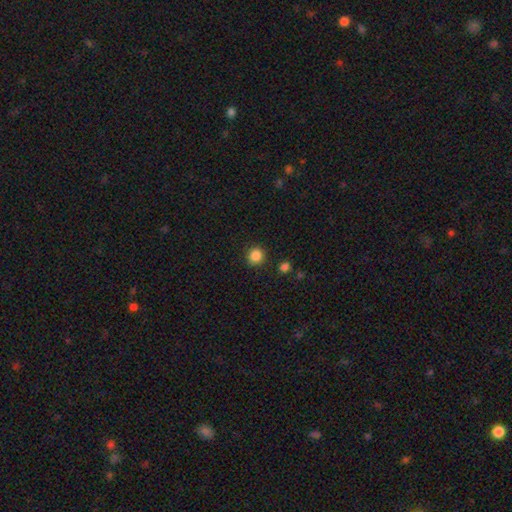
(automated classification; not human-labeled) The model was most divided on "smooth or featured": smooth: 86%, star or artifact: 11%, featured or disk: 3%. More confident: how rounded — round (90%); merging — none (89%).